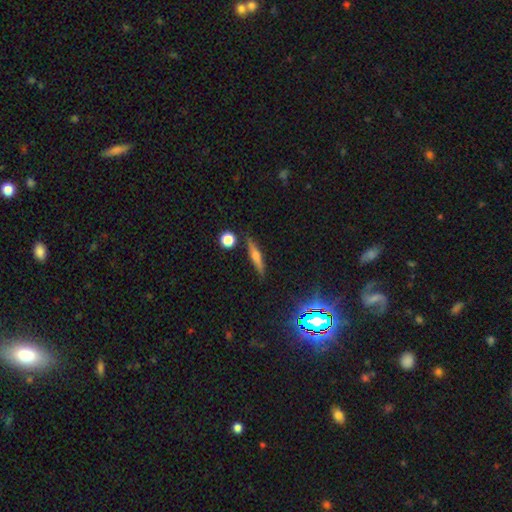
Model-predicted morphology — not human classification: The model was most divided on "smooth or featured": smooth: 45%, featured or disk: 42%, star or artifact: 12%. More confident: merging — none (86%).